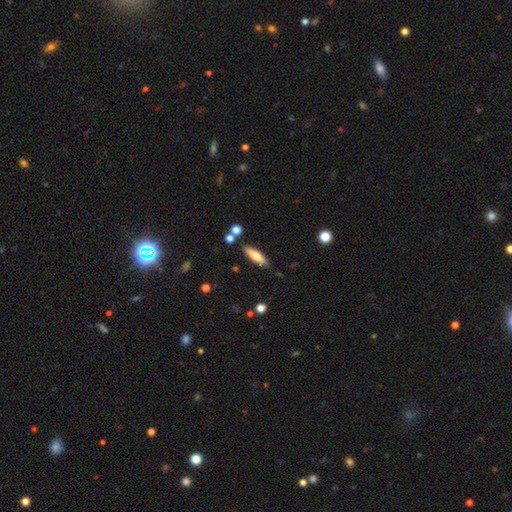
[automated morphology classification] A smooth galaxy with no disk features (65%) that is cigar-shaped (59%). Merging: none (82%).